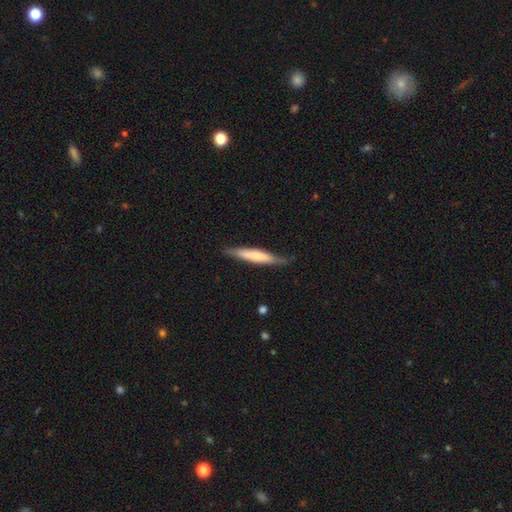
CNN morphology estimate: A smooth galaxy with no disk features (61%) that is cigar-shaped (89%). Merging: none (80%).